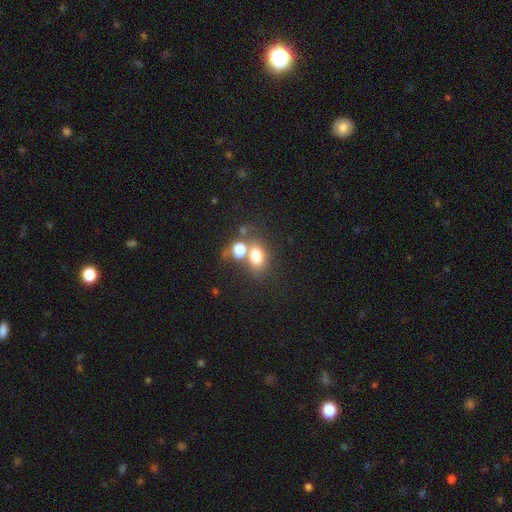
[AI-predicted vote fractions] smooth-or-featured: smooth: 75% | star or artifact: 13% | featured or disk: 11%
  how-rounded: in between: 62% | round: 37% | cigar-shaped: 1%
  merging: none: 44% | merger: 41% | minor disturbance: 10% | major disturbance: 5%